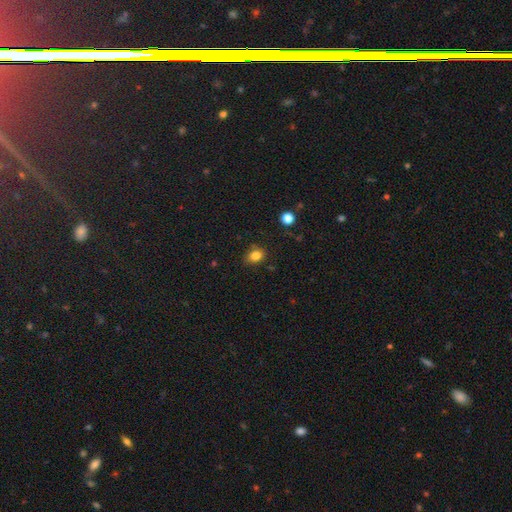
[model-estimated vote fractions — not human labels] Morphology: type=smooth (83%); roundness=round (55%); merging=none (77%).